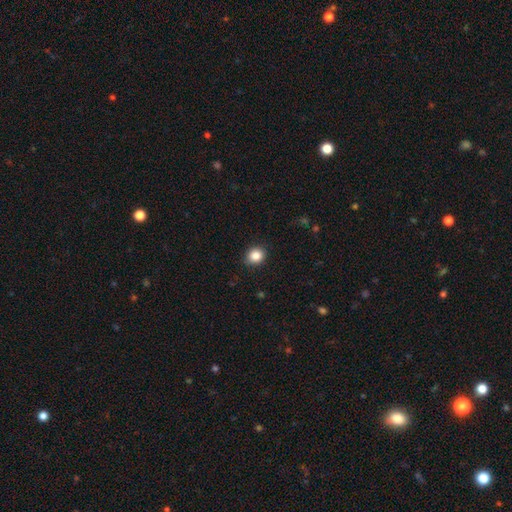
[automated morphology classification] A smooth galaxy with no disk features (86%) that is round (75%).

Vote fractions:
- Smooth or featured? smooth: 86% / star or artifact: 10% / featured or disk: 4%
- How rounded? round: 75% / in between: 24% / cigar-shaped: 1%
- Merging? none: 88% / minor disturbance: 9% / major disturbance: 2% / merger: 1%